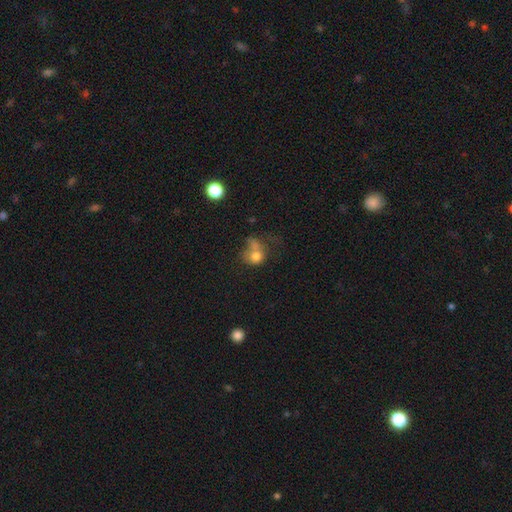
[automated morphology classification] This is likely a smooth galaxy (71%). How rounded: likely round (68%). Merging: marginally merger (44%).